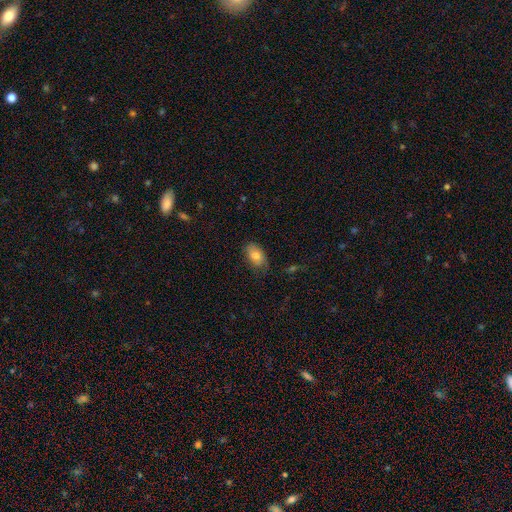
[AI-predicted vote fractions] A smooth galaxy with no disk features (80%) that is in between round and cigar-shaped (91%).

Vote fractions:
- Smooth or featured? smooth: 80% / featured or disk: 13% / star or artifact: 8%
- How rounded? in between: 91% / round: 7% / cigar-shaped: 2%
- Merging? none: 77% / minor disturbance: 18% / major disturbance: 3% / merger: 1%